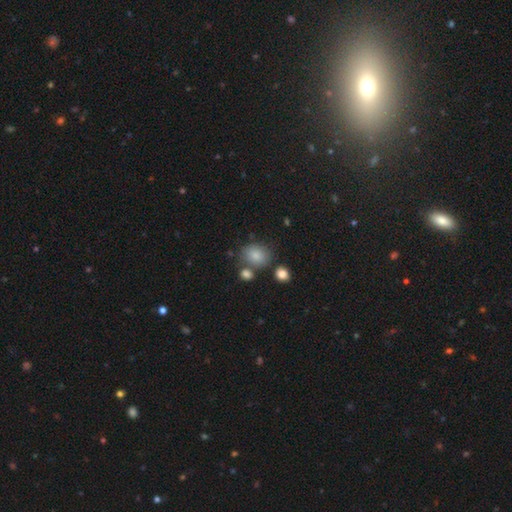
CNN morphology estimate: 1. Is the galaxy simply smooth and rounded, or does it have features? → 83% smooth, 9% star or artifact, 8% featured or disk.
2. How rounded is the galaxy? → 54% round, 45% in between, 1% cigar-shaped.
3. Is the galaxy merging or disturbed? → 64% none, 15% merger, 15% minor disturbance, 5% major disturbance.